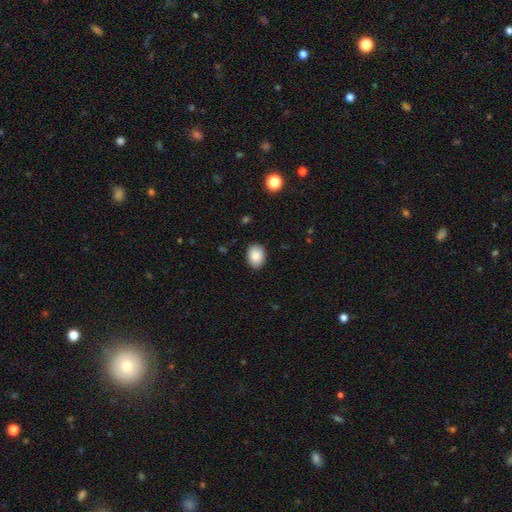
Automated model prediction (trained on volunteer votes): Morphology: type=smooth (88%); roundness=in between (65%); merging=none (88%).